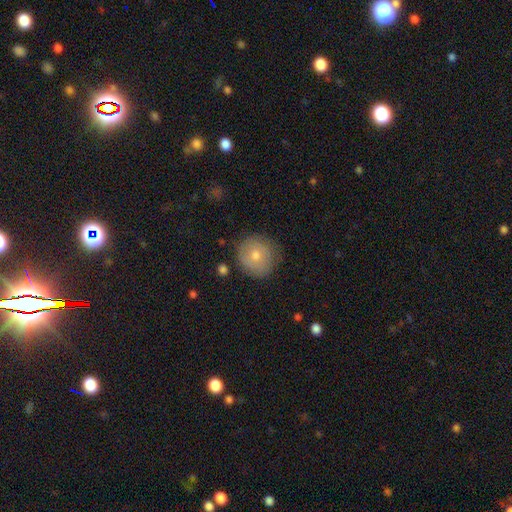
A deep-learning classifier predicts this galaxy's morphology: Smooth or featured? Predicted: smooth (p=0.68). How rounded? Predicted: round (p=0.89). Merging? Predicted: none (p=0.78).